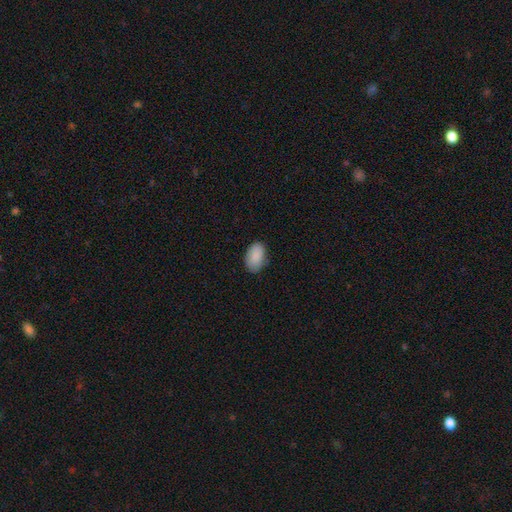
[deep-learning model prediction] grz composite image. It shows a smooth galaxy with no disk features (89%) that is in between round and cigar-shaped (92%). Merging: none (79%).